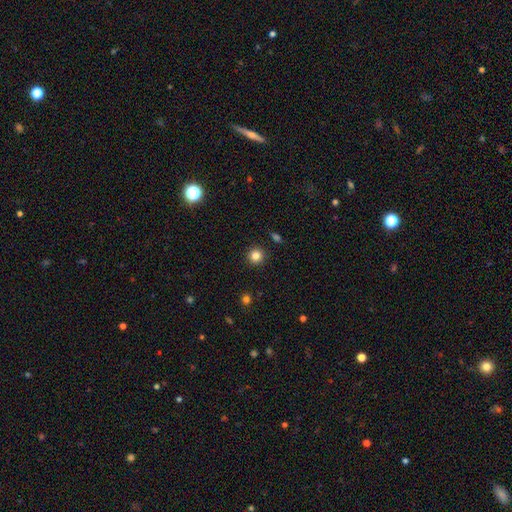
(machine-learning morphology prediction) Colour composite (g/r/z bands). It shows a smooth galaxy with no disk features (83%) that is round (95%). Merging: none (92%).